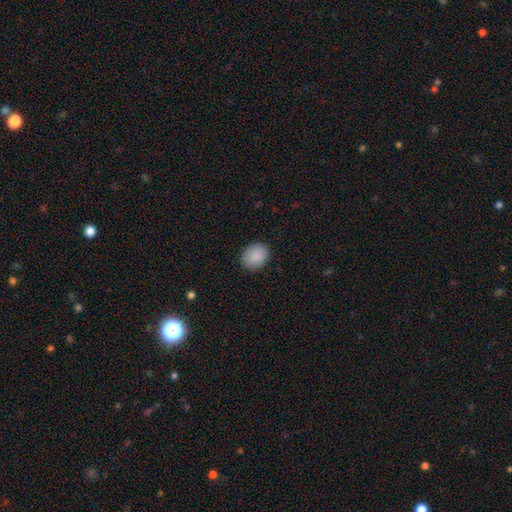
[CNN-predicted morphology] Smooth or featured? smooth (89%)
How rounded? round (57%)
Merging? none (89%)